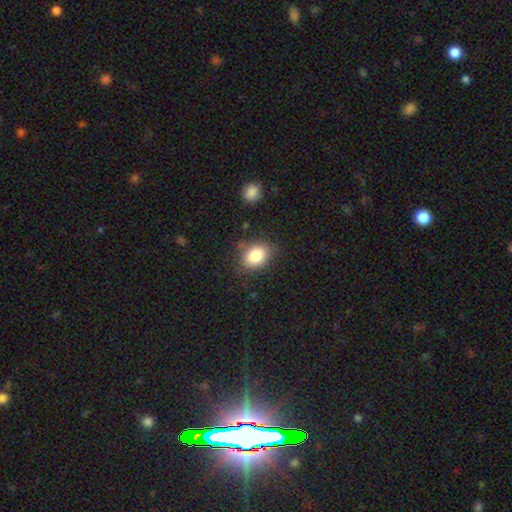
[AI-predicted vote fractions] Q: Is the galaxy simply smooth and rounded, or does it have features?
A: smooth — 84%.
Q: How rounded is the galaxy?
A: in between — 65%.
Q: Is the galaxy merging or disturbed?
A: none — 75%.